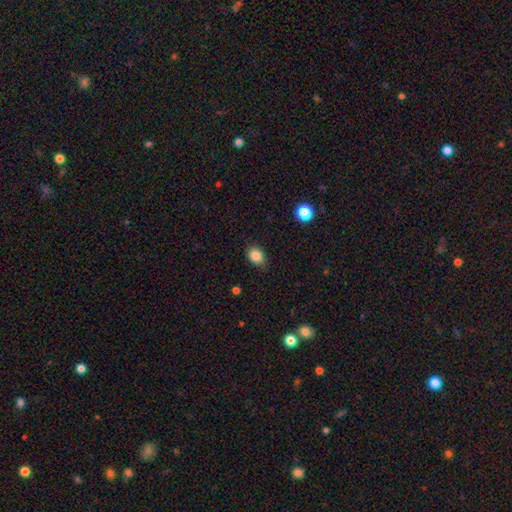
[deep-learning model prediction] Smooth or featured? Predicted: smooth (p=0.85). How rounded? Predicted: in between (p=0.52). Merging? Predicted: none (p=0.75).